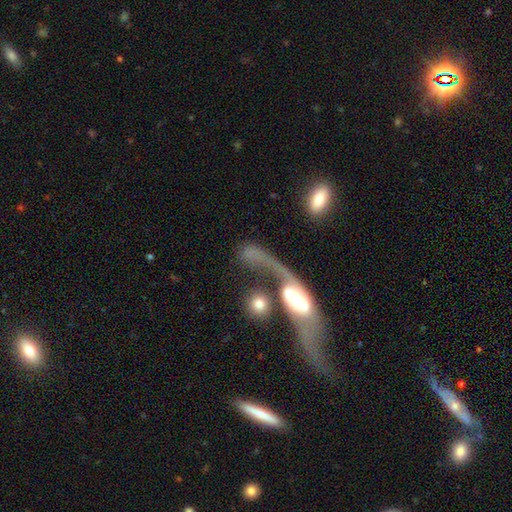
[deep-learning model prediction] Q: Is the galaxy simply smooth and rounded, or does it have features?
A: featured or disk — 54%.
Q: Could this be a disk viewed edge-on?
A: no — 84%.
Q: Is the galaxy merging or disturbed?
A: merger — 49%.